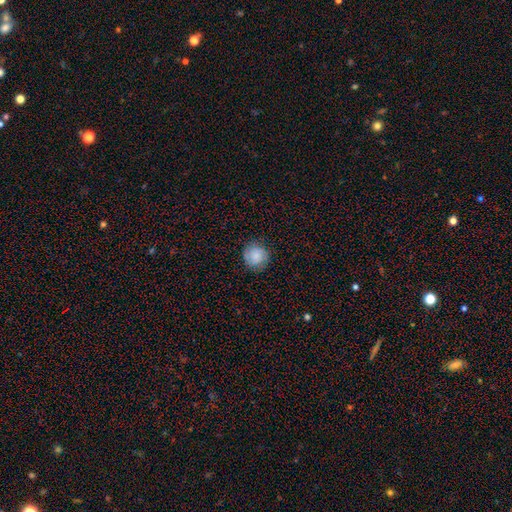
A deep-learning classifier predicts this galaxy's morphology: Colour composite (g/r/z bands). It shows a smooth galaxy with no disk features (78%) that is round (91%). Merging: none (84%).